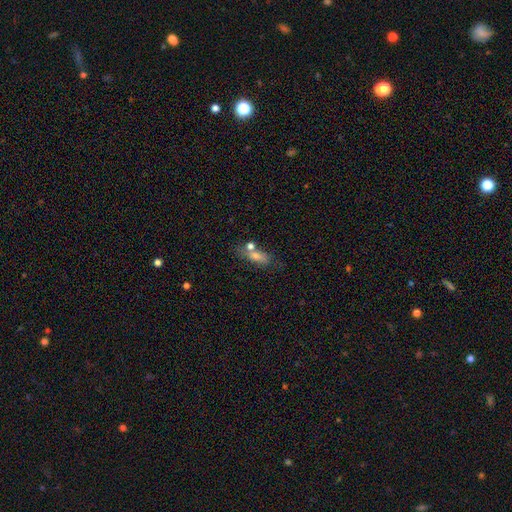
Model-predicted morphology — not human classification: Smooth or featured: smooth — 62% (featured or disk — 23%)
How rounded: in between — 62% (cigar-shaped — 30%)
Merging: none — 55% (merger — 22%)